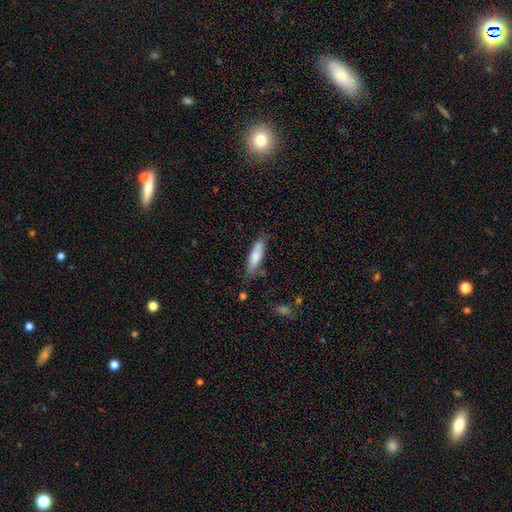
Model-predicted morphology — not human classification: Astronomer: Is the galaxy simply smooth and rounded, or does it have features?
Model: smooth — 79%.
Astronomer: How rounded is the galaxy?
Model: cigar-shaped — 64%.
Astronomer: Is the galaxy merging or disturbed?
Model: none — 68%.